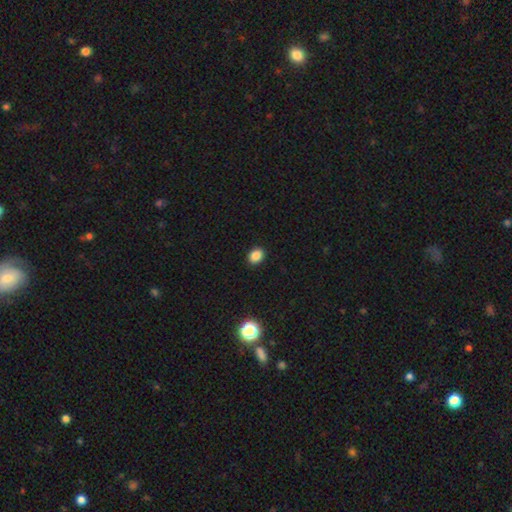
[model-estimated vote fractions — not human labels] Smooth or featured?
  - smooth: 86% *
  - star or artifact: 11%
  - featured or disk: 3%
How rounded?
  - in between: 57% *
  - round: 42%
  - cigar-shaped: 1%
Merging?
  - none: 91% *
  - minor disturbance: 7%
  - major disturbance: 2%
  - merger: 1%